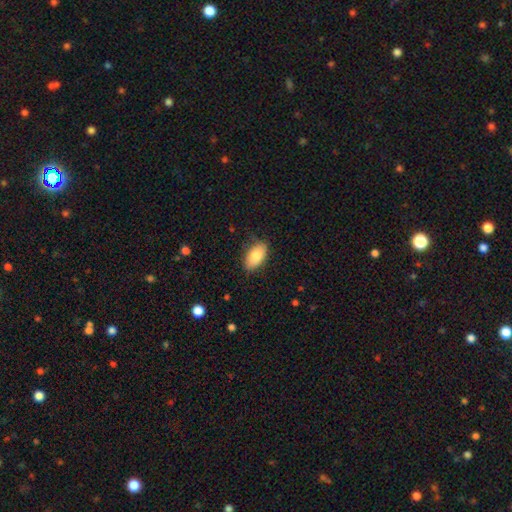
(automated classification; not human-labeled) Smooth or featured: smooth — 82% (featured or disk — 11%)
How rounded: in between — 93% (round — 4%)
Merging: none — 80% (minor disturbance — 16%)